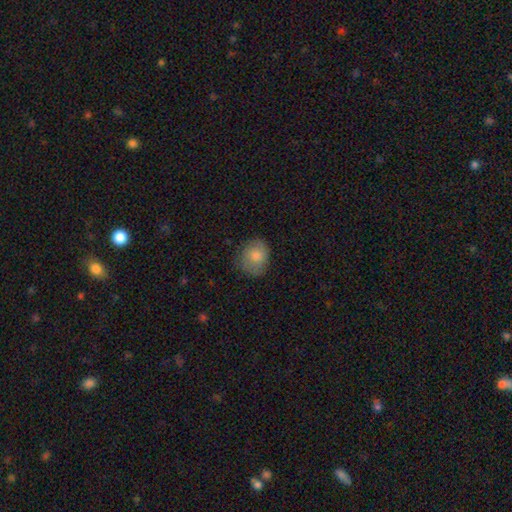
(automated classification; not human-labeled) smooth-or-featured: smooth: 79% | featured or disk: 13% | star or artifact: 8%
  how-rounded: round: 67% | in between: 32% | cigar-shaped: 1%
  merging: none: 74% | minor disturbance: 20% | major disturbance: 5% | merger: 1%